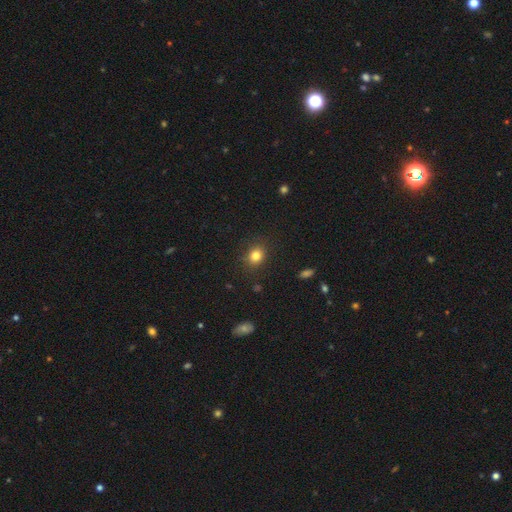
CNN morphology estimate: Smooth or featured? Predicted: smooth (p=0.82). How rounded? Predicted: round (p=0.65). Merging? Predicted: none (p=0.85).